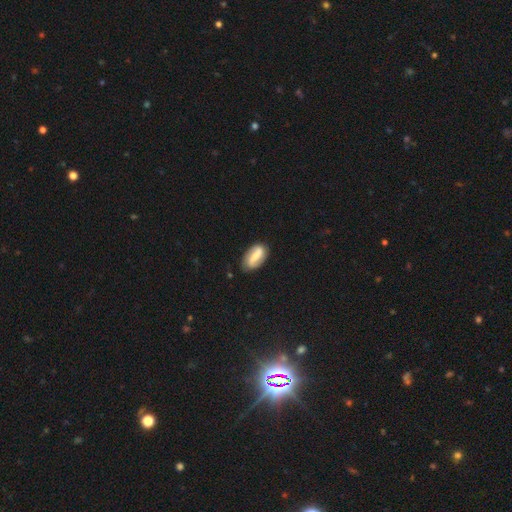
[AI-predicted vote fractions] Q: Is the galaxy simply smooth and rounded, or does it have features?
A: featured or disk — 52%.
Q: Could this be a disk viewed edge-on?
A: no — 93%.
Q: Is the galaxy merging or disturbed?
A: none — 78%.